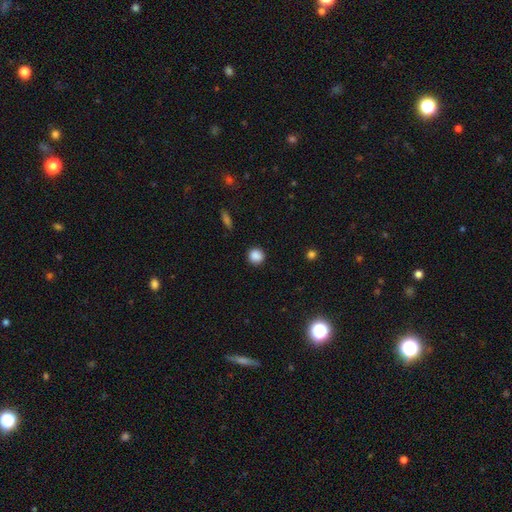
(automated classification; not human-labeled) A smooth galaxy with no disk features (87%) that is round (92%).

Vote fractions:
- Smooth or featured? smooth: 87% / star or artifact: 10% / featured or disk: 3%
- How rounded? round: 92% / in between: 7% / cigar-shaped: 1%
- Merging? none: 90% / minor disturbance: 7% / major disturbance: 2% / merger: 1%